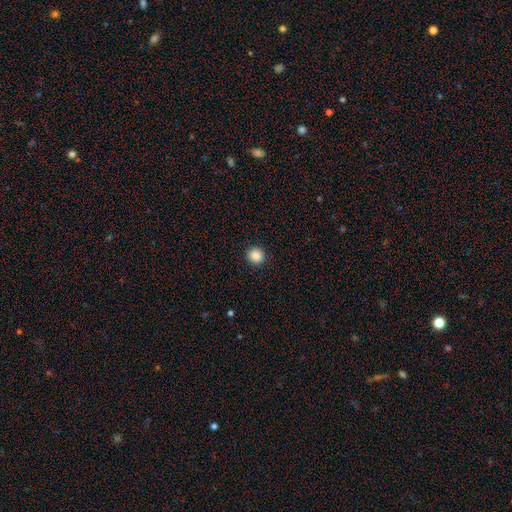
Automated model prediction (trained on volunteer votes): smooth 88%, star or artifact 9%, featured or disk 3%. Down the decision tree: how rounded — round (93%); merging — none (93%).